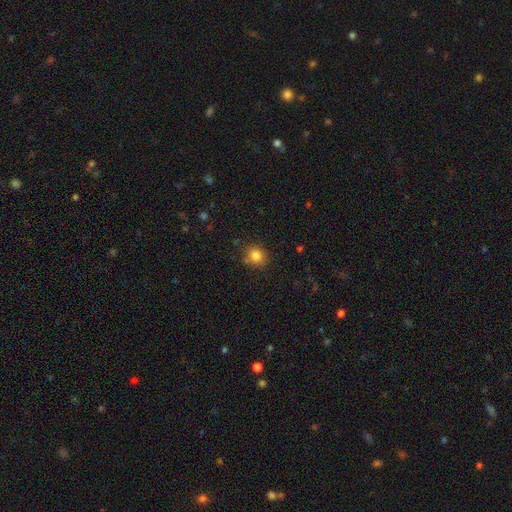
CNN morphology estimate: Smooth or featured? smooth (84%)
How rounded? round (81%)
Merging? none (81%)